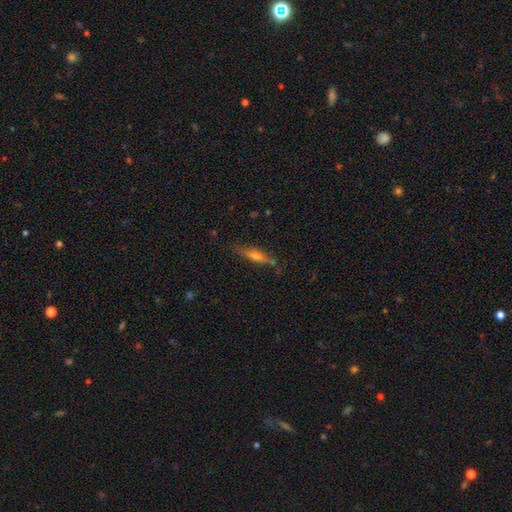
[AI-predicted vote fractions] Morphology: type=featured or disk (52%); edge-on=yes (90%); merging=none (75%).